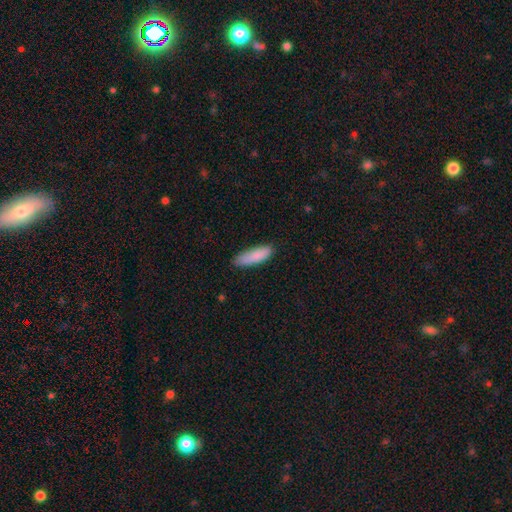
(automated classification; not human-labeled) Smooth or featured? smooth (87%)
How rounded? cigar-shaped (55%)
Merging? none (76%)